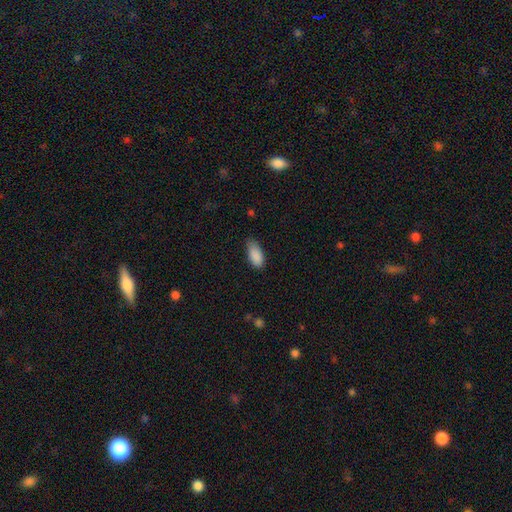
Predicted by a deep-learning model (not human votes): Morphology: type=smooth (89%); roundness=in between (90%); merging=none (67%).